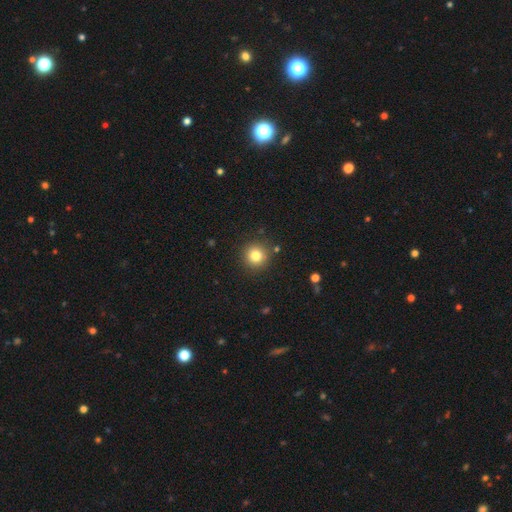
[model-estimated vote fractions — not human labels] Smooth or featured? smooth (82%)
How rounded? round (94%)
Merging? none (88%)